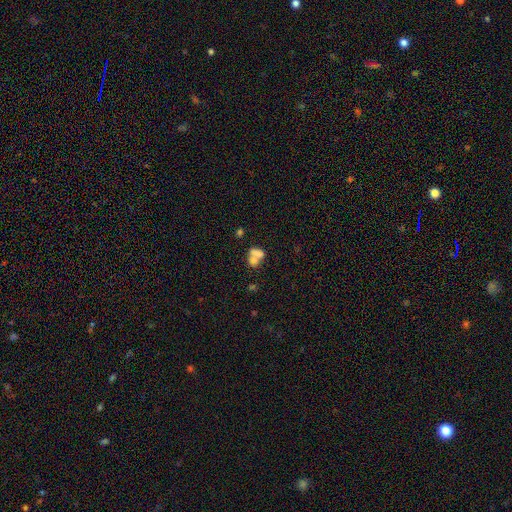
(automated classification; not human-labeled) The model was most divided on "how rounded": in between: 65%, round: 33%, cigar-shaped: 3%. More confident: smooth or featured — smooth (68%); merging — merger (65%).